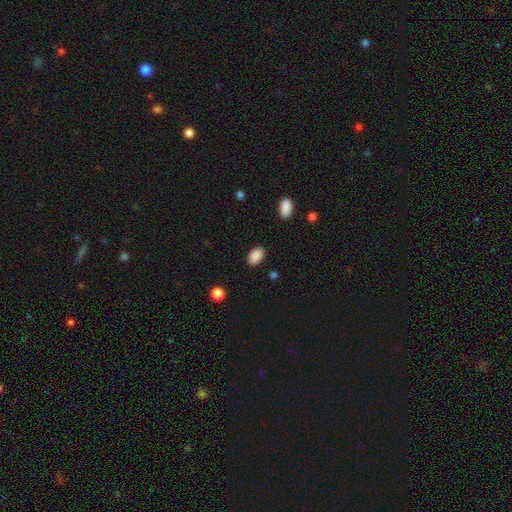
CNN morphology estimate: smooth-or-featured: smooth: 89% | star or artifact: 8% | featured or disk: 3%
  how-rounded: in between: 91% | round: 8% | cigar-shaped: 1%
  merging: none: 87% | minor disturbance: 9% | major disturbance: 3% | merger: 1%